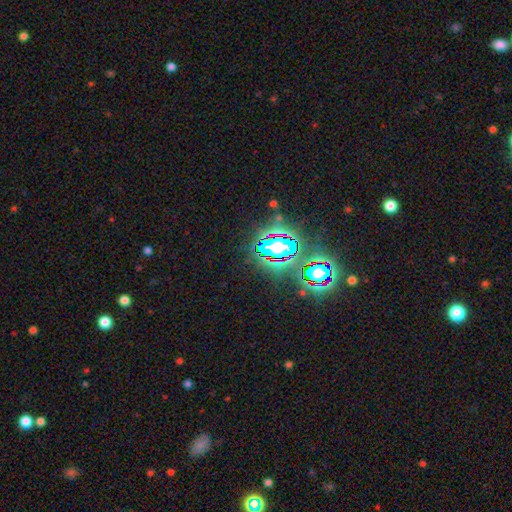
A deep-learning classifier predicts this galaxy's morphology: smooth-or-featured: star or artifact: 83% | smooth: 10% | featured or disk: 7%